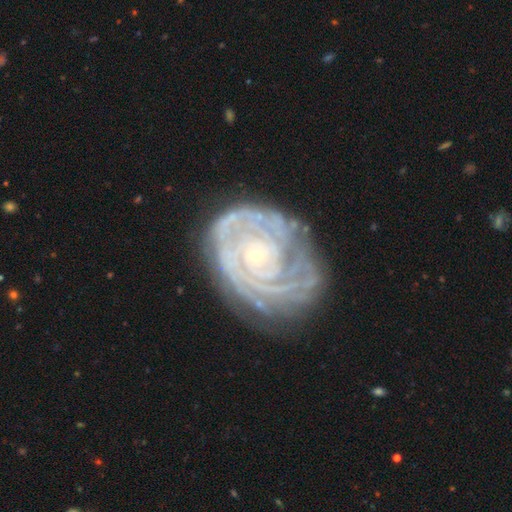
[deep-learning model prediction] A featured or disk galaxy (88%) with no bar (80%), tight (80%) spiral arms (95%) and a small central bulge (84%). Merging: none (65%).